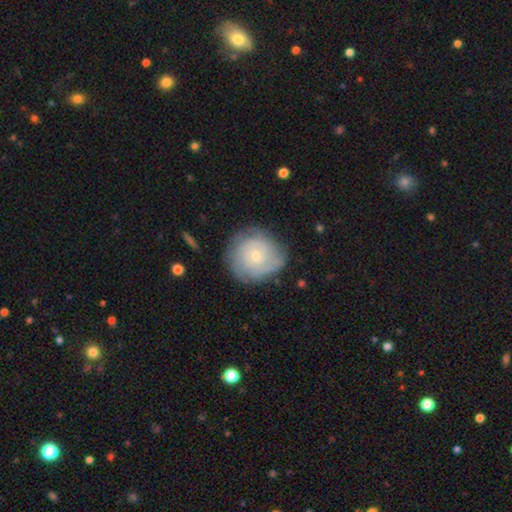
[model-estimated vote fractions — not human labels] Smooth or featured: featured or disk — 58% (smooth — 35%)
Edge-on disk: no — 97% (yes — 3%)
Bar: no — 82% (weak — 15%)
Spiral arms: yes — 81% (no — 19%)
Bulge size: small — 75% (moderate — 21%)
Merging: none — 74% (minor disturbance — 18%)